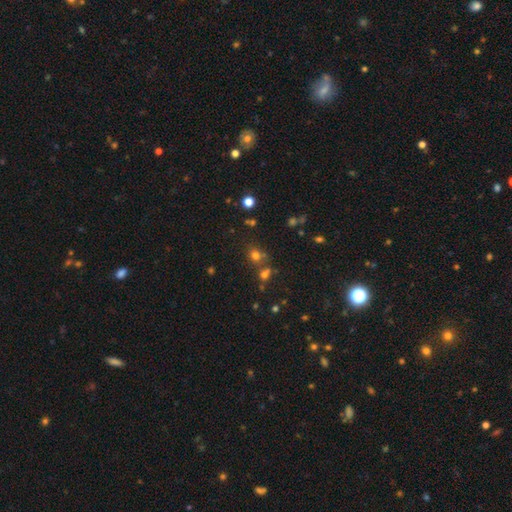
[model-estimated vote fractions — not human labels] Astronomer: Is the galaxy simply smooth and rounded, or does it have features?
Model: smooth — 67%.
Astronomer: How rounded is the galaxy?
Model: round — 73%.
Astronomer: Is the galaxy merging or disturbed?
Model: none — 59%.